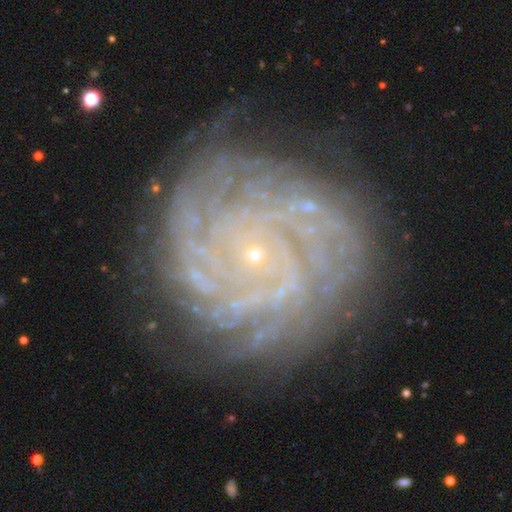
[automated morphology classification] Smooth or featured? featured or disk (88%)
Edge-on disk? no (97%)
Bar? no (76%)
Spiral arms? yes (98%)
Spiral winding? tight (80%)
Spiral arm count? more than 4 (27%)
Bulge size? small (90%)
Merging? none (78%)